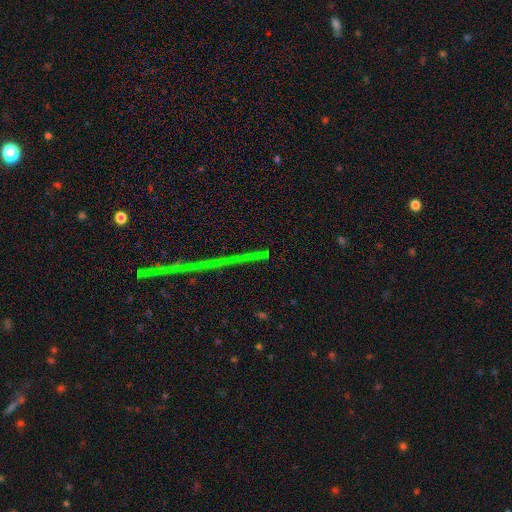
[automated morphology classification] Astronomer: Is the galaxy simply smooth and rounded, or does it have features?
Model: star or artifact — 77%.